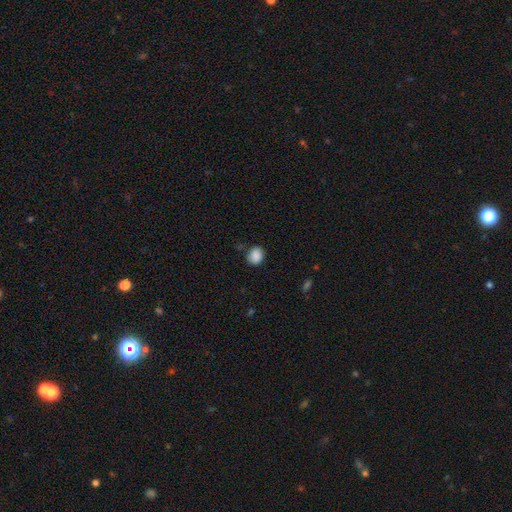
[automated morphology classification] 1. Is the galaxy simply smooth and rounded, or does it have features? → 87% smooth, 9% star or artifact, 4% featured or disk.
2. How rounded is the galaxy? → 67% round, 33% in between, 1% cigar-shaped.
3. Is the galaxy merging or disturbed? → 76% none, 17% minor disturbance, 4% major disturbance, 3% merger.